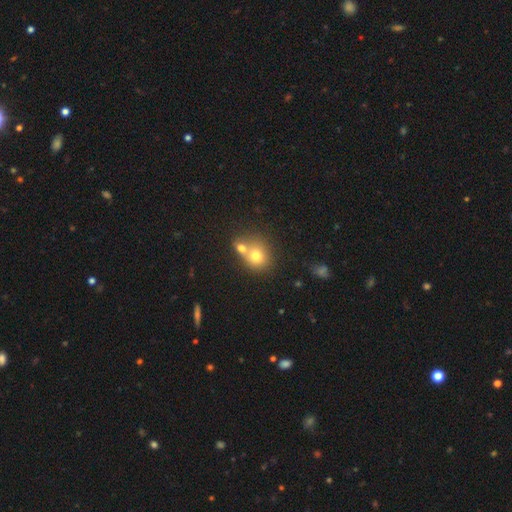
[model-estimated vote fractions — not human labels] The model was most divided on "merging": merger: 49%, none: 40%, minor disturbance: 8%, major disturbance: 3%. More confident: how rounded — round (74%); smooth or featured — smooth (73%).